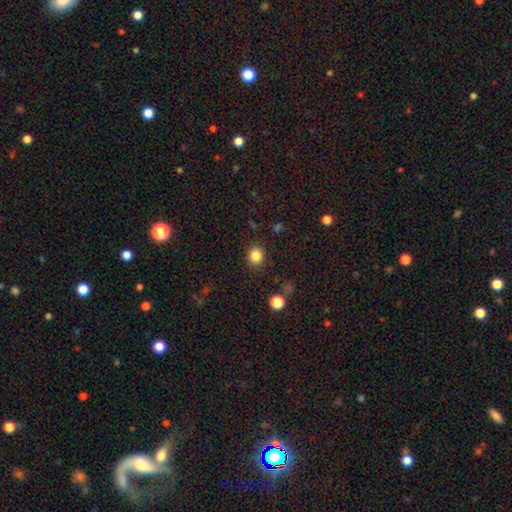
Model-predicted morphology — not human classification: type=smooth (85%); roundness=round (80%); merging=none (88%).